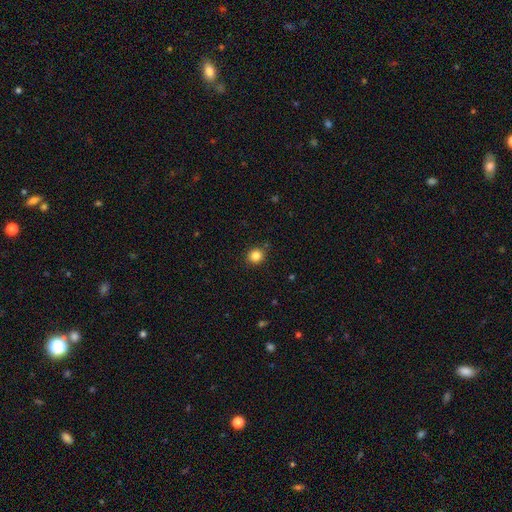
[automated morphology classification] smooth_or_featured: smooth (p=0.84) [alt: star or artifact p=0.12]
how_rounded: round (p=0.89) [alt: in between p=0.11]
merging: none (p=0.89) [alt: minor disturbance p=0.08]